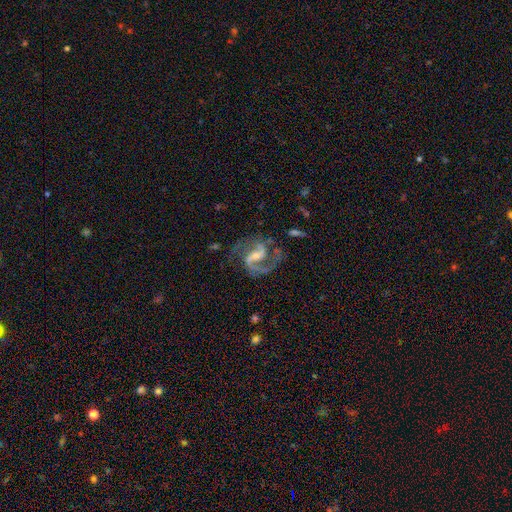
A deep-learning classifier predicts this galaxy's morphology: Smooth or featured? Predicted: featured or disk (p=0.92). Edge-on disk? Predicted: no (p=0.98). Bar? Predicted: weak (p=0.48). Spiral arms? Predicted: yes (p=0.98). Spiral winding? Predicted: medium (p=0.65). Spiral arm count? Predicted: 2 (p=0.91). Bulge size? Predicted: small (p=0.55). Merging? Predicted: none (p=0.69).